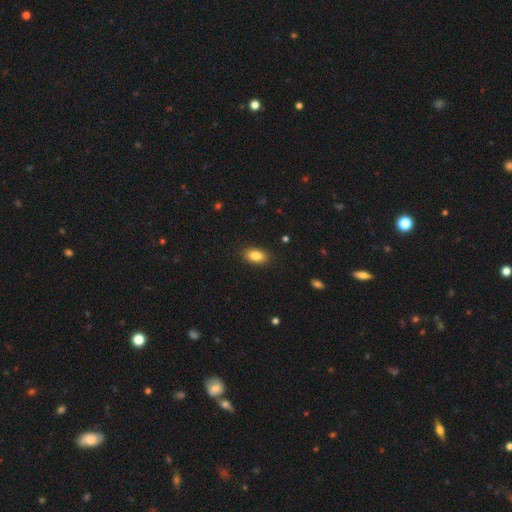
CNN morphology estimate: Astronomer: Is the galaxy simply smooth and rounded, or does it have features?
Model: smooth — 86%.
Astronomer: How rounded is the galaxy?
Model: in between — 90%.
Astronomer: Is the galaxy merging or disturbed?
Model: none — 88%.